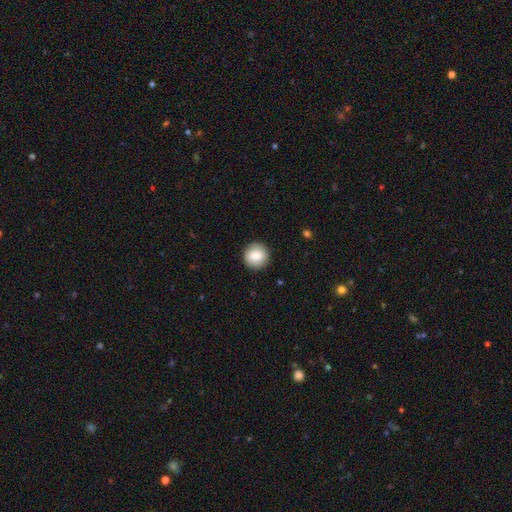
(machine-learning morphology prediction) smooth-or-featured: smooth: 81% | featured or disk: 11% | star or artifact: 8%
  how-rounded: round: 93% | in between: 6% | cigar-shaped: 1%
  merging: none: 89% | minor disturbance: 7% | major disturbance: 2% | merger: 1%